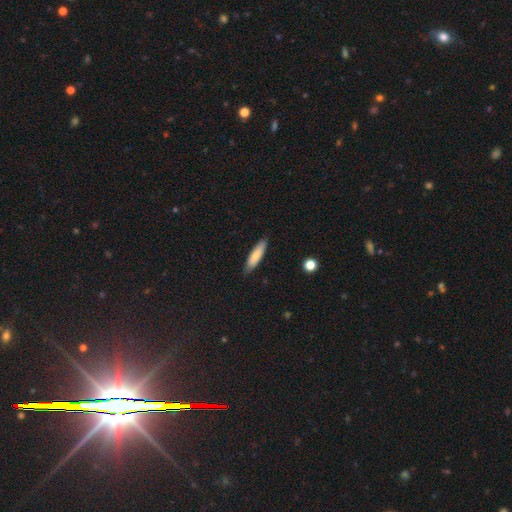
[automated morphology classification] smooth-or-featured: smooth: 74% | featured or disk: 20% | star or artifact: 6%
  how-rounded: cigar-shaped: 71% | in between: 28% | round: 2%
  merging: none: 85% | minor disturbance: 12% | major disturbance: 2% | merger: 1%